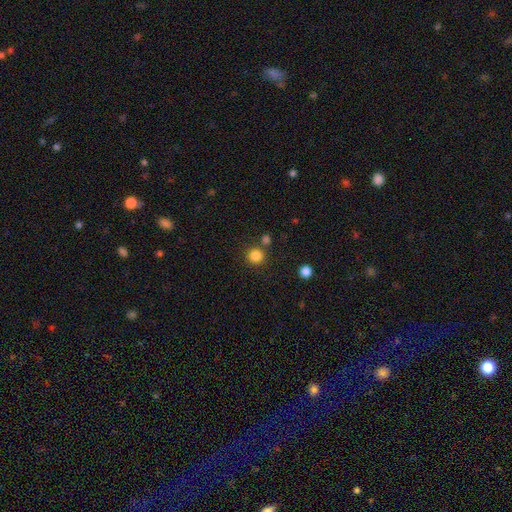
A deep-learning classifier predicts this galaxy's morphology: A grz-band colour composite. It shows a smooth galaxy with no disk features (84%) that is round (93%). Merging: none (80%).